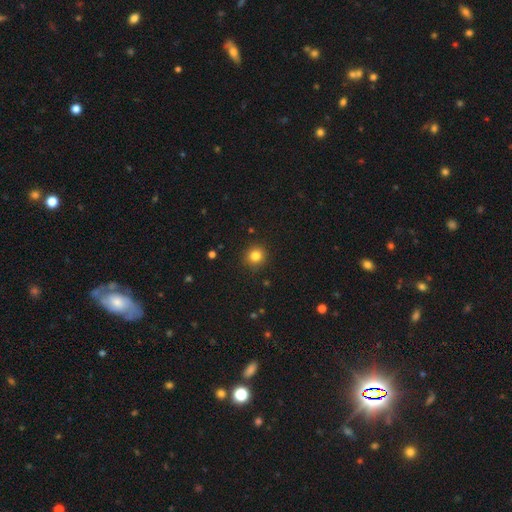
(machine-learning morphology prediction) Smooth or featured? Predicted: smooth (p=0.83). How rounded? Predicted: round (p=0.92). Merging? Predicted: none (p=0.91).